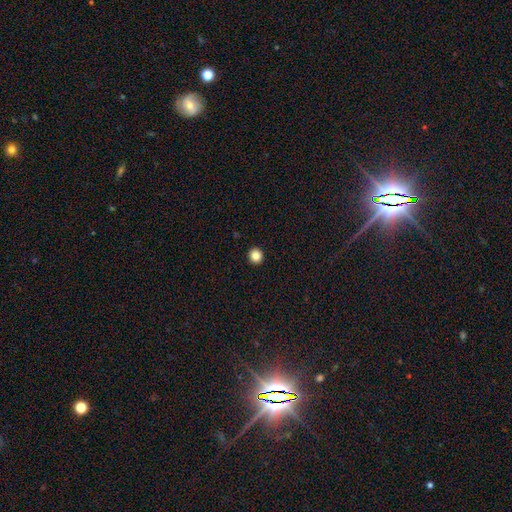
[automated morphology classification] Q: Smooth or featured?
A: smooth (84%); runner-up: star or artifact (11%)
Q: How rounded?
A: round (91%); runner-up: in between (8%)
Q: Merging?
A: none (94%); runner-up: minor disturbance (4%)